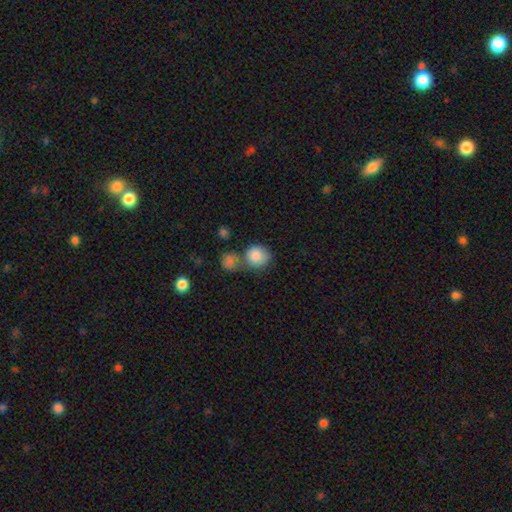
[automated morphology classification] type=smooth (85%); roundness=round (77%); merging=none (44%).